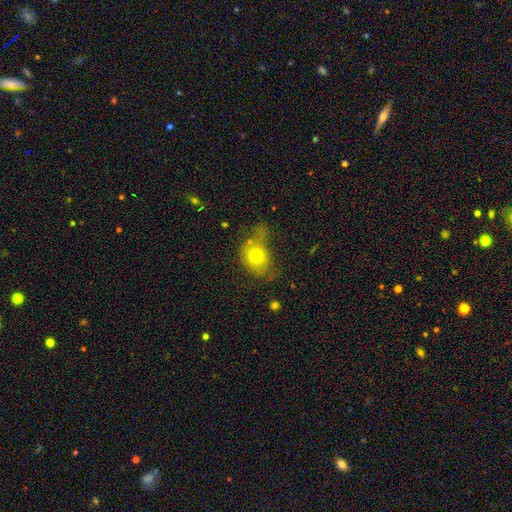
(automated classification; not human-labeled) Smooth or featured: smooth — 71% (featured or disk — 18%)
How rounded: round — 53% (in between — 46%)
Merging: none — 31% (major disturbance — 28%)